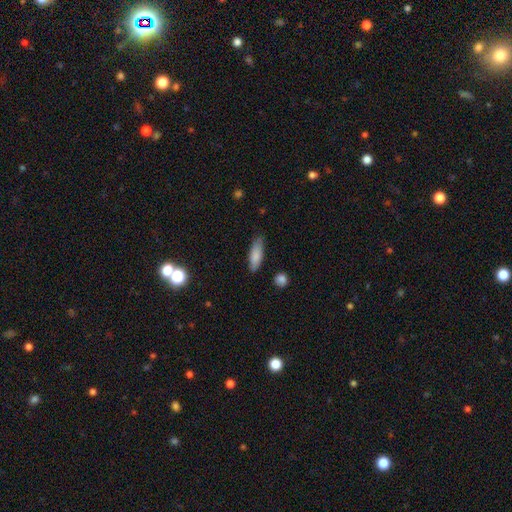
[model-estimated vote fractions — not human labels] Overall: smooth (83%). How rounded: in between (58%; cigar-shaped 40%). Merging: none (78%).